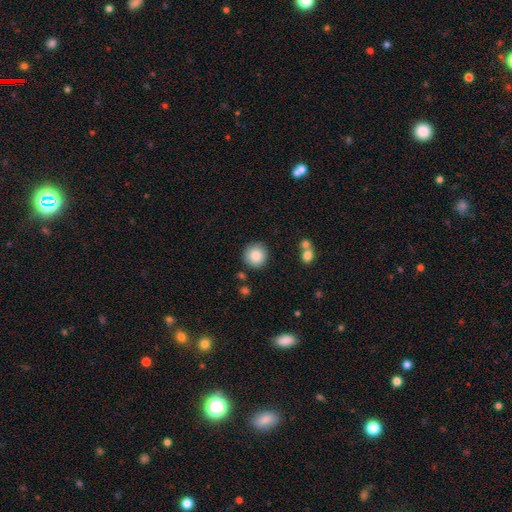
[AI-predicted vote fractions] Smooth or featured?
  - smooth: 87% *
  - star or artifact: 8%
  - featured or disk: 5%
How rounded?
  - round: 94% *
  - in between: 5%
  - cigar-shaped: 1%
Merging?
  - none: 86% *
  - minor disturbance: 9%
  - merger: 3%
  - major disturbance: 3%